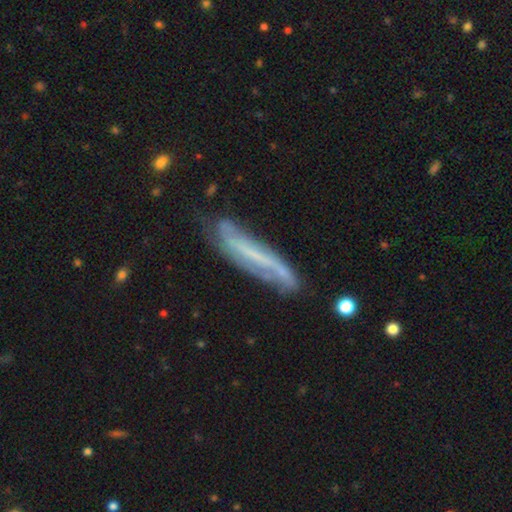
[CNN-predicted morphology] Smooth or featured? Predicted: featured or disk (p=0.65). Edge-on disk? Predicted: no (p=0.52). Merging? Predicted: none (p=0.64).